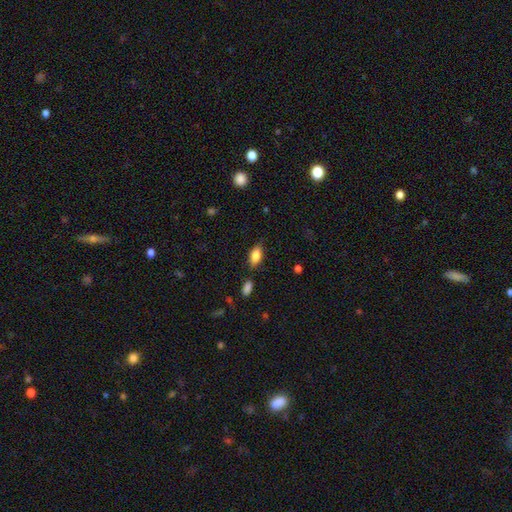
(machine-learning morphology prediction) This is clearly a smooth galaxy (82%). How rounded: clearly in between (88%). Merging: clearly none (80%).